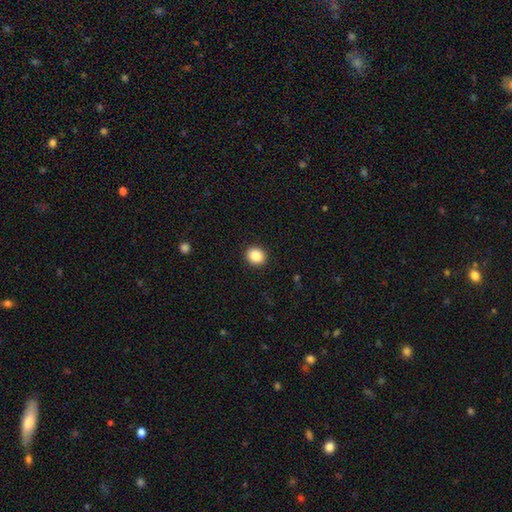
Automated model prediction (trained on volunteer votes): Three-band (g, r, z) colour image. It shows a smooth galaxy with no disk features (86%) that is round (77%). Merging: none (92%).